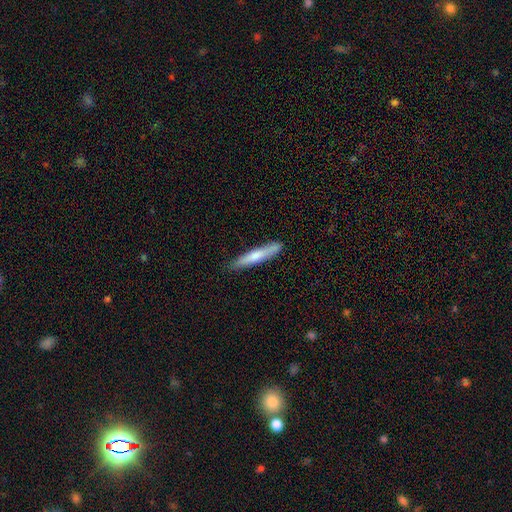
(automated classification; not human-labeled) Smooth or featured?
  - smooth: 55% *
  - featured or disk: 38%
  - star or artifact: 6%
How rounded?
  - cigar-shaped: 94% *
  - in between: 5%
  - round: 1%
Merging?
  - none: 86% *
  - minor disturbance: 11%
  - major disturbance: 2%
  - merger: 1%